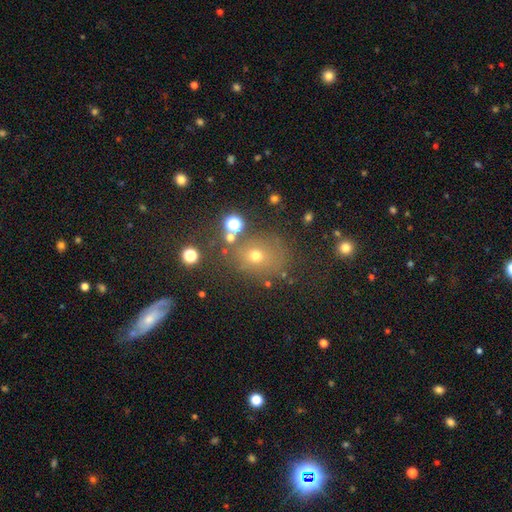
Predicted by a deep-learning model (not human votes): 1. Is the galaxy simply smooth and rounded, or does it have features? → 63% smooth, 23% star or artifact, 15% featured or disk.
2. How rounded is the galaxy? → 66% round, 33% in between, 1% cigar-shaped.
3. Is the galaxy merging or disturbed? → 67% none, 15% minor disturbance, 10% merger, 8% major disturbance.